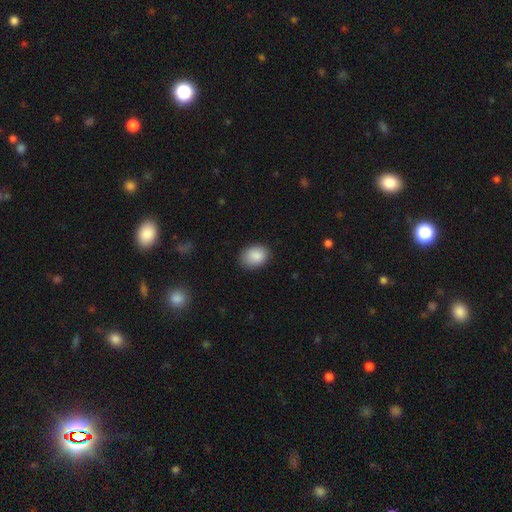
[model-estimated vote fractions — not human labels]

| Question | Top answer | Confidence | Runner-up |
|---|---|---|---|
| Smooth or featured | smooth | 88% | star or artifact (7%) |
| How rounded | in between | 71% | round (28%) |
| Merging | none | 83% | minor disturbance (14%) |